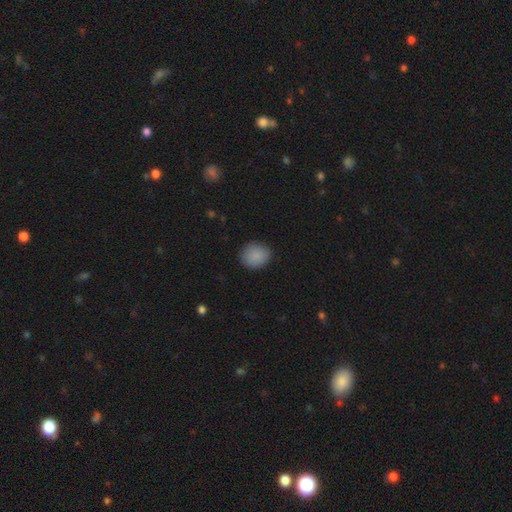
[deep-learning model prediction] Smooth or featured?
  - smooth: 88% *
  - star or artifact: 8%
  - featured or disk: 4%
How rounded?
  - round: 77% *
  - in between: 22%
  - cigar-shaped: 1%
Merging?
  - none: 85% *
  - minor disturbance: 11%
  - major disturbance: 3%
  - merger: 1%